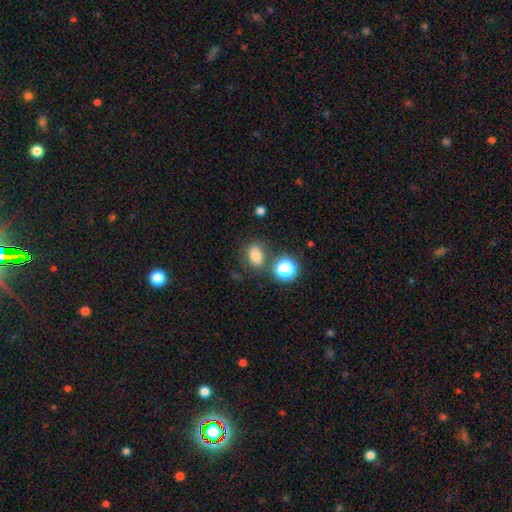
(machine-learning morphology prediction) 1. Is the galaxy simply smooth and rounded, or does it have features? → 74% smooth, 15% star or artifact, 11% featured or disk.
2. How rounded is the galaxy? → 66% in between, 32% round, 1% cigar-shaped.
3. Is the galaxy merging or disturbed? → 71% none, 13% minor disturbance, 10% merger, 5% major disturbance.